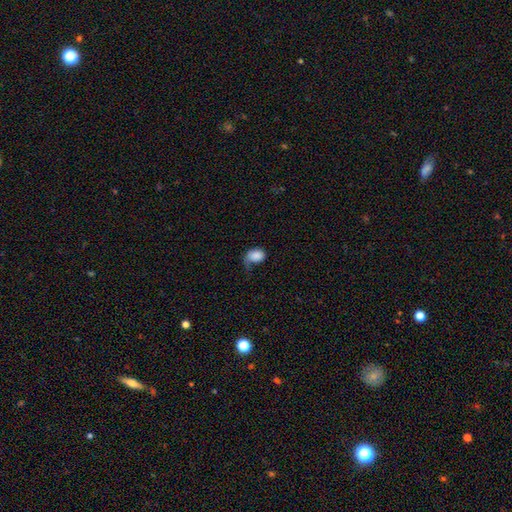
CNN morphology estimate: Smooth or featured: smooth — 83% (featured or disk — 10%)
How rounded: in between — 68% (round — 31%)
Merging: major disturbance — 35% (none — 31%)